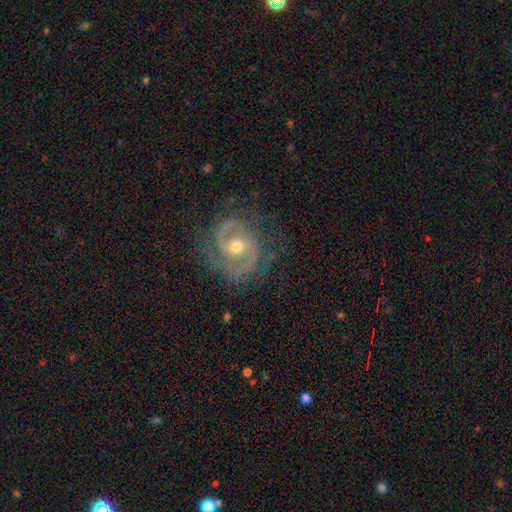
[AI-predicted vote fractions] A featured or disk galaxy (79%) with no bar (49%), 2 (64%) tight (59%) spiral arms (94%) and a moderate central bulge (57%). Merging: none (81%).